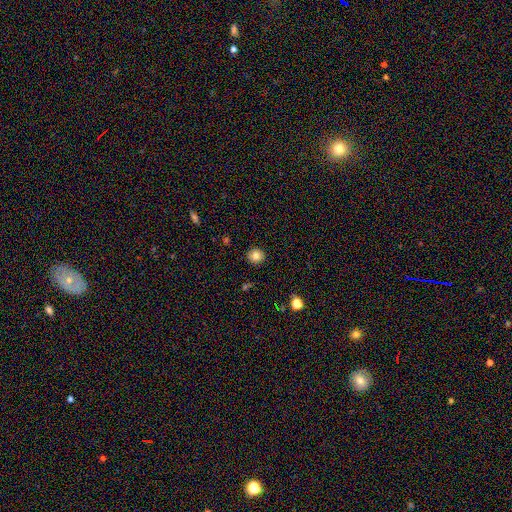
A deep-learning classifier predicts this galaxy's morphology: Q: Smooth or featured?
A: smooth (83%); runner-up: star or artifact (11%)
Q: How rounded?
A: round (90%); runner-up: in between (9%)
Q: Merging?
A: none (91%); runner-up: minor disturbance (6%)